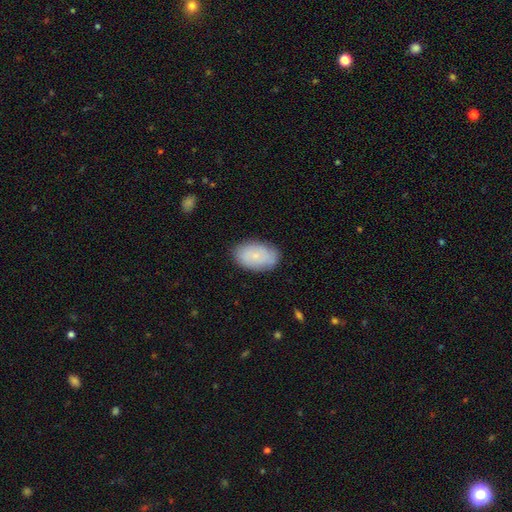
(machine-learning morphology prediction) Smooth or featured? Predicted: smooth (p=0.73). How rounded? Predicted: in between (p=0.92). Merging? Predicted: none (p=0.81).